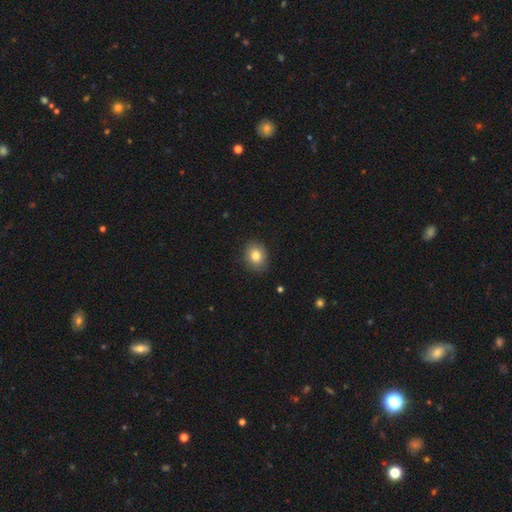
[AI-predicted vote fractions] smooth 80%, featured or disk 10%, star or artifact 9%. Down the decision tree: how rounded — round (53%); merging — none (86%).